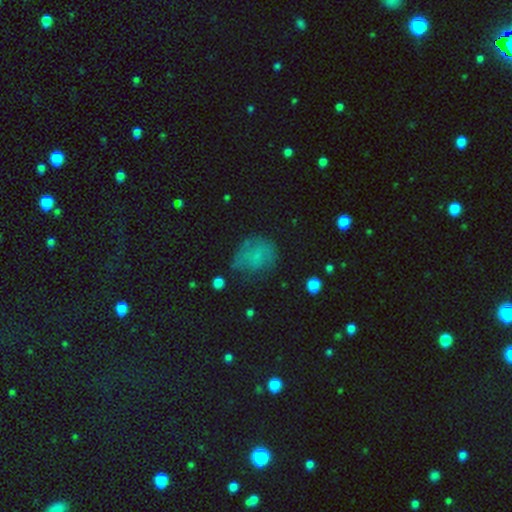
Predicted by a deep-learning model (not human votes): Q: Smooth or featured?
A: smooth (61%); runner-up: featured or disk (22%)
Q: How rounded?
A: round (58%); runner-up: in between (41%)
Q: Merging?
A: none (50%); runner-up: minor disturbance (28%)